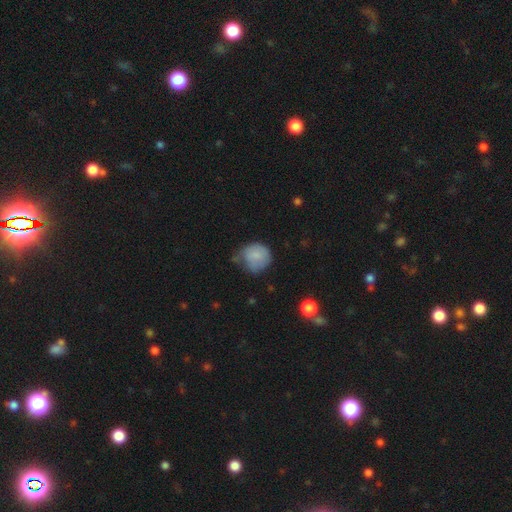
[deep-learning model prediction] Morphology: type=smooth (81%); roundness=round (85%); merging=none (44%).